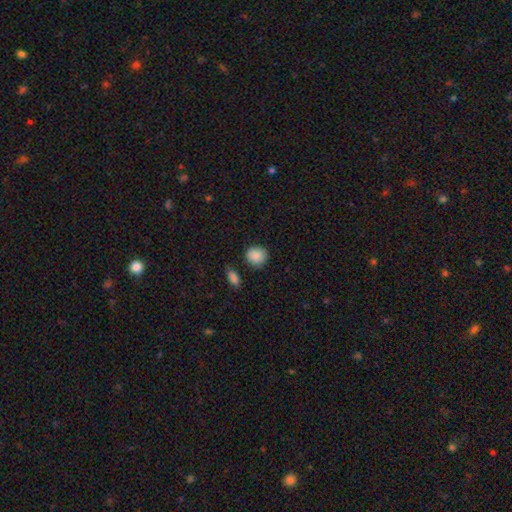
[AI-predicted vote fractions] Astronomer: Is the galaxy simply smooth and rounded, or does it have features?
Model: smooth — 88%.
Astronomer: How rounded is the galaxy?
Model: round — 79%.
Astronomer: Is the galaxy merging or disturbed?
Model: none — 79%.